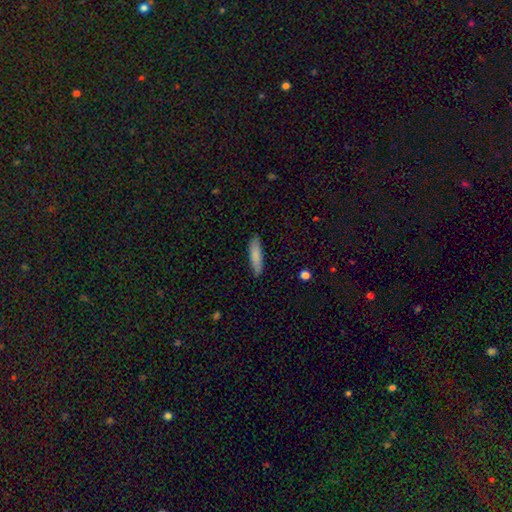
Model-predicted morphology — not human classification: The model was most divided on "how rounded": cigar-shaped: 74%, in between: 25%, round: 1%. More confident: merging — none (85%); smooth or featured — smooth (83%).